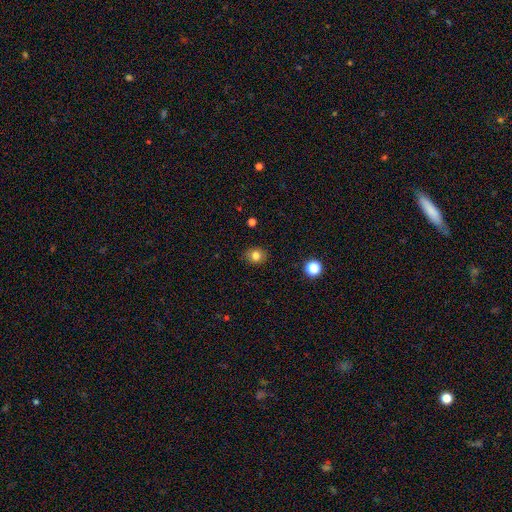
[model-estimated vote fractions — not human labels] smooth-or-featured: smooth: 81% | star or artifact: 12% | featured or disk: 7%
  how-rounded: round: 70% | in between: 29% | cigar-shaped: 1%
  merging: none: 87% | minor disturbance: 9% | major disturbance: 2% | merger: 1%